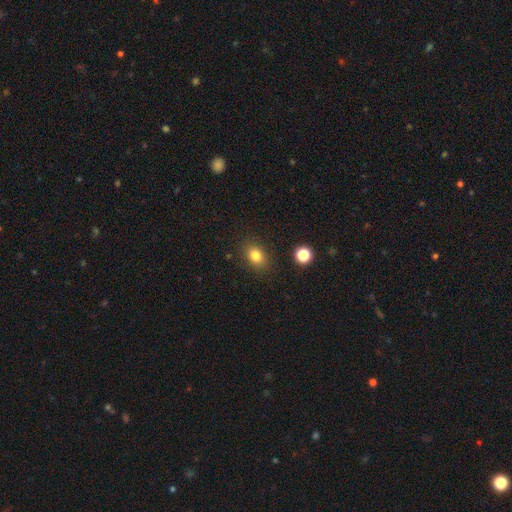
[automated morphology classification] A smooth galaxy with no disk features (81%) that is in between round and cigar-shaped (62%). Merging: none (86%).